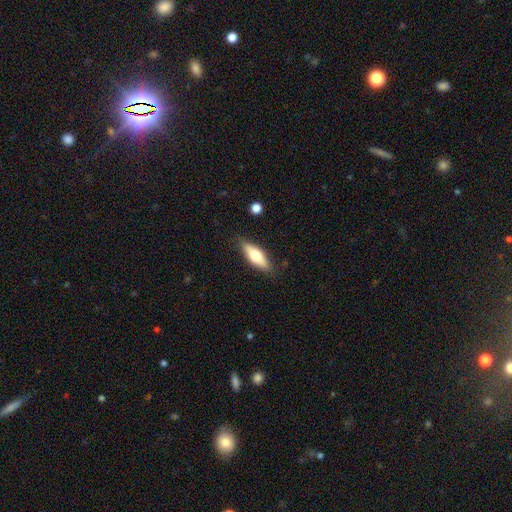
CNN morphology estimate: Smooth or featured? smooth (61%)
How rounded? in between (63%)
Merging? none (84%)